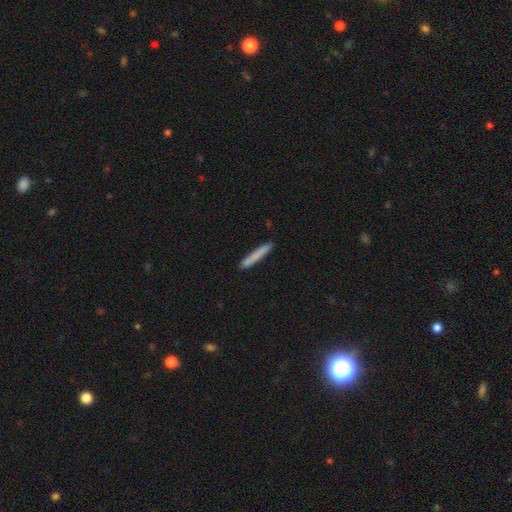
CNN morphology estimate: Smooth or featured: smooth — 77% (featured or disk — 17%)
How rounded: cigar-shaped — 96% (in between — 3%)
Merging: none — 87% (minor disturbance — 9%)